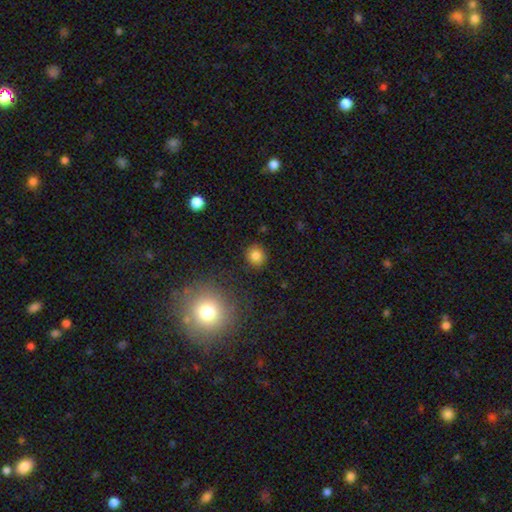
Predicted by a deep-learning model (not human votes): Smooth or featured? smooth (81%)
How rounded? round (87%)
Merging? none (88%)